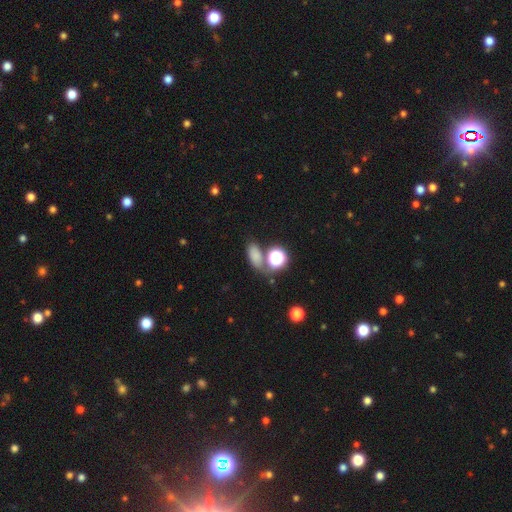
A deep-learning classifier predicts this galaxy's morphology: type=smooth (73%); roundness=in between (75%); merging=none (64%).